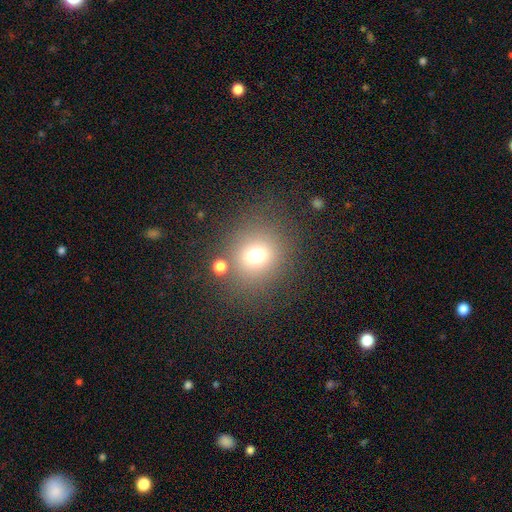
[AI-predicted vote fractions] Morphology: type=smooth (71%); roundness=round (84%); merging=none (75%).